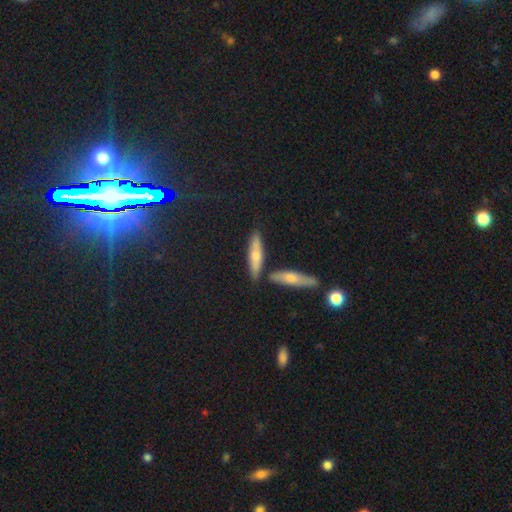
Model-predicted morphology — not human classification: type=smooth (56%); roundness=cigar-shaped (69%); merging=none (76%).